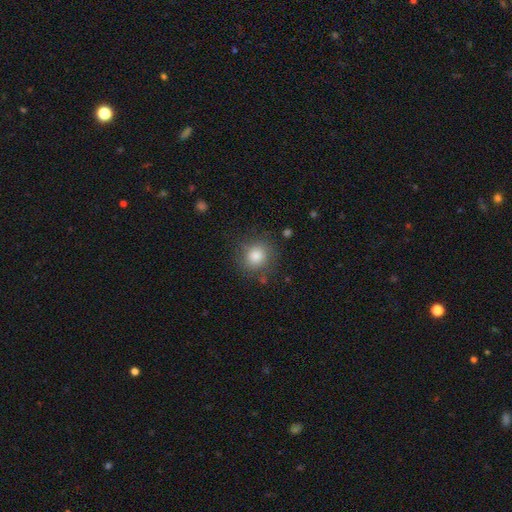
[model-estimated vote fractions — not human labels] This appears to be a smooth galaxy with no disk features (82%) that is round (85%). Merging: none (81%).